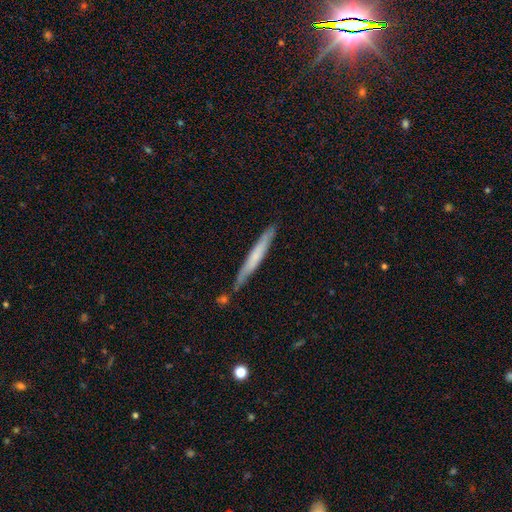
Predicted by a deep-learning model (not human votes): Morphology: type=smooth (53%); roundness=cigar-shaped (96%); merging=none (80%).